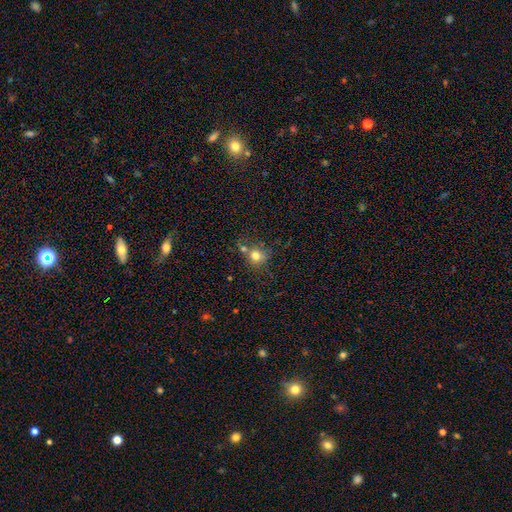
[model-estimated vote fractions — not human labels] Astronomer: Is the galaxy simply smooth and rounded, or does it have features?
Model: smooth — 74%.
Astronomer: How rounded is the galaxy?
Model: round — 84%.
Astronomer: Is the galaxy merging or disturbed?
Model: none — 57%.